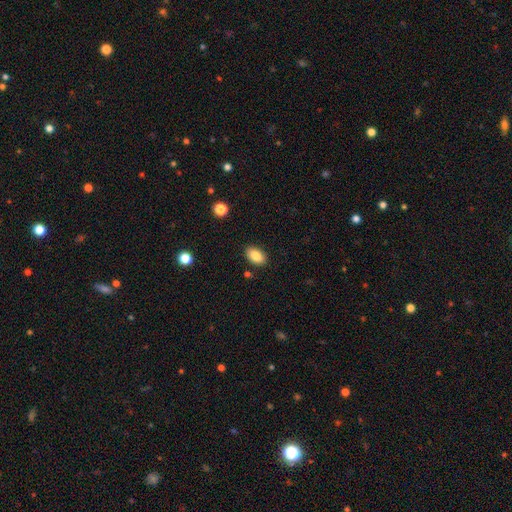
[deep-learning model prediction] Smooth or featured?
  - smooth: 85% *
  - star or artifact: 8%
  - featured or disk: 7%
How rounded?
  - in between: 91% *
  - round: 7%
  - cigar-shaped: 2%
Merging?
  - none: 87% *
  - minor disturbance: 9%
  - major disturbance: 2%
  - merger: 2%